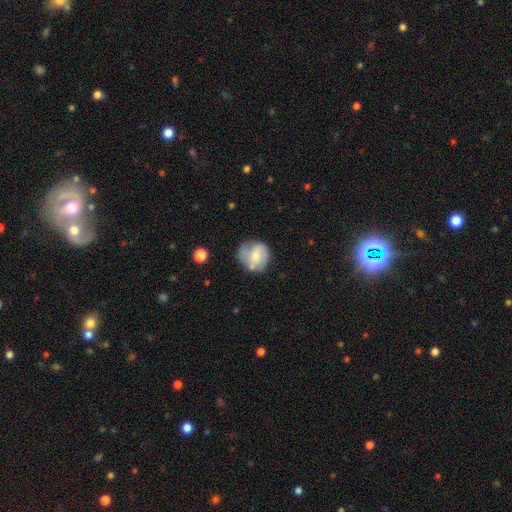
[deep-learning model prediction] This appears to be a smooth galaxy with no disk features (59%) that is round (83%). Merging: none (58%).